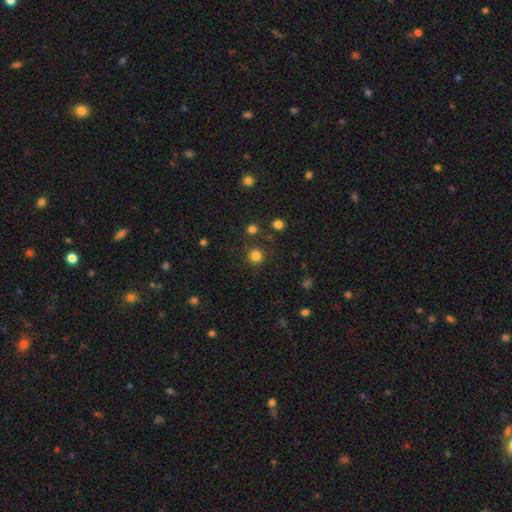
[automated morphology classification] Q: Smooth or featured?
A: smooth (82%); runner-up: star or artifact (14%)
Q: How rounded?
A: round (94%); runner-up: in between (5%)
Q: Merging?
A: none (86%); runner-up: minor disturbance (7%)